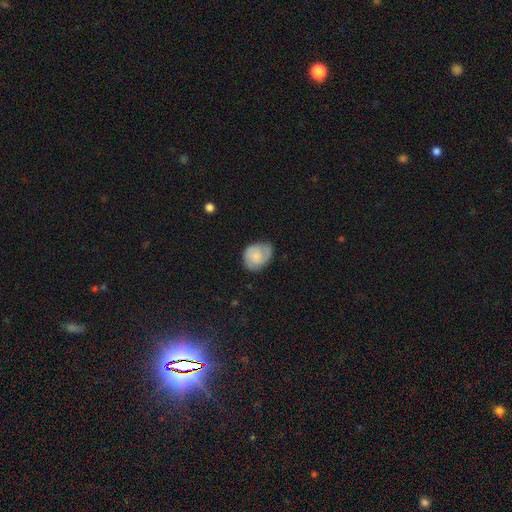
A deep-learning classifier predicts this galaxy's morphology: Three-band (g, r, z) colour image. It shows a smooth galaxy with no disk features (57%) that is in between round and cigar-shaped (53%). Merging: none (57%).